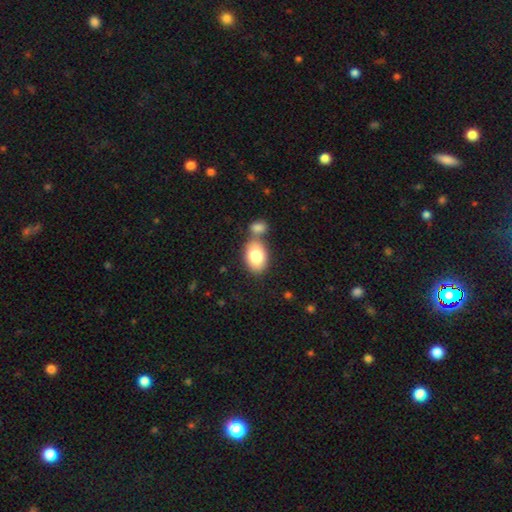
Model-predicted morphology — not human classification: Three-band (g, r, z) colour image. It shows a smooth galaxy with no disk features (80%) that is in between round and cigar-shaped (85%). Merging: none (53%).